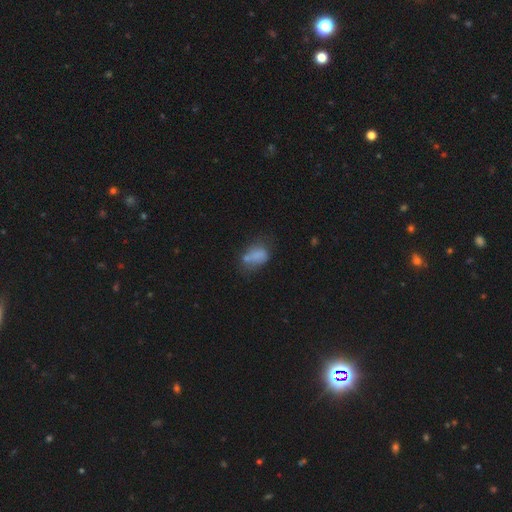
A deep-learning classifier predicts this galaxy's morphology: Q: Smooth or featured?
A: smooth (69%); runner-up: featured or disk (20%)
Q: How rounded?
A: in between (80%); runner-up: round (17%)
Q: Merging?
A: none (35%); runner-up: minor disturbance (27%)